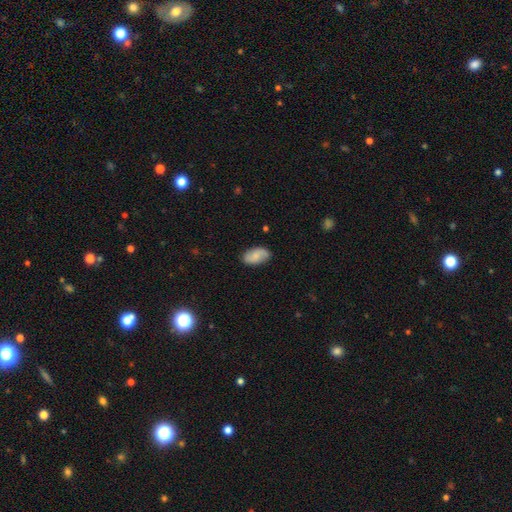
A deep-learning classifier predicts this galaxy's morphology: Overall: smooth (61%; featured or disk 31%). How rounded: in between (93%). Merging: none (83%).